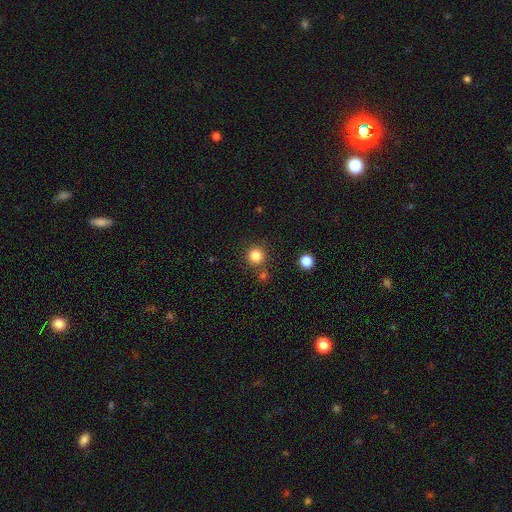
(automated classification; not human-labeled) Smooth or featured? smooth (84%)
How rounded? round (94%)
Merging? none (81%)